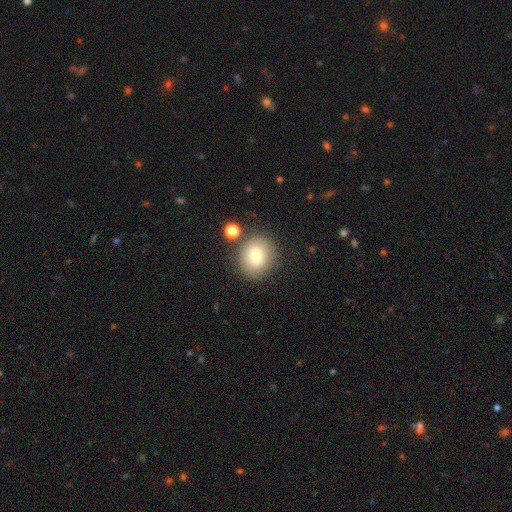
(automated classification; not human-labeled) smooth 73%, featured or disk 16%, star or artifact 11%. Down the decision tree: how rounded — round (87%); merging — none (79%).